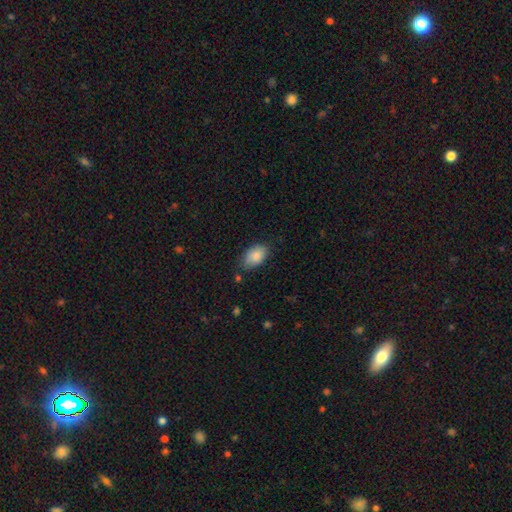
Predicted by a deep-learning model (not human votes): Smooth or featured? smooth (86%)
How rounded? in between (91%)
Merging? none (72%)